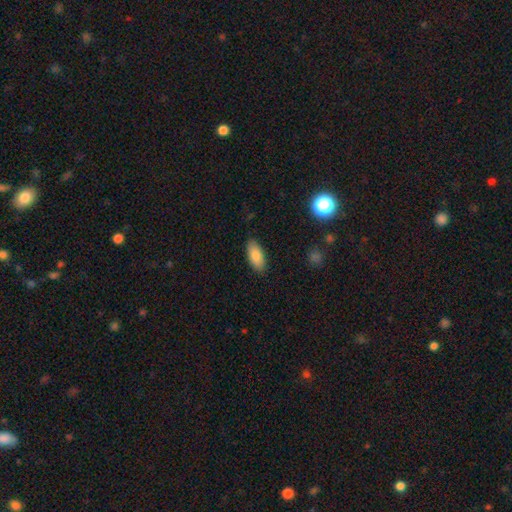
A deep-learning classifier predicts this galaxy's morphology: A smooth galaxy with no disk features (85%) that is in between round and cigar-shaped (88%). Merging: none (87%).